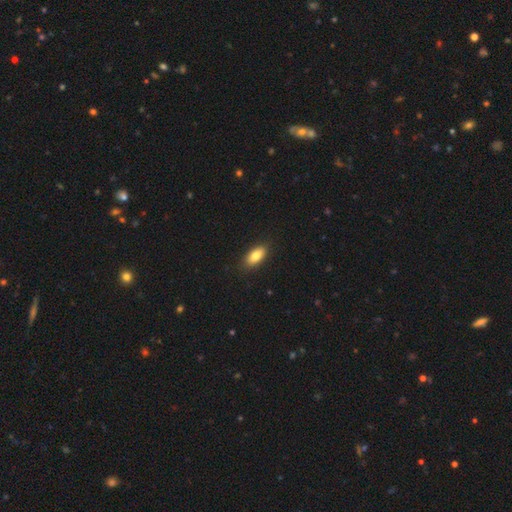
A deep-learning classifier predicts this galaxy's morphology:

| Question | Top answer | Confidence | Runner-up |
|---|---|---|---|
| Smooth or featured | smooth | 83% | featured or disk (10%) |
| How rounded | in between | 86% | cigar-shaped (11%) |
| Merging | none | 88% | minor disturbance (9%) |